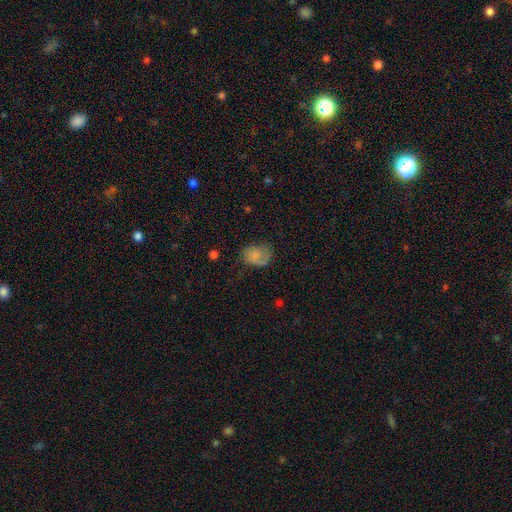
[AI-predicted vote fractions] Smooth or featured: smooth — 63% (featured or disk — 26%)
How rounded: in between — 58% (round — 41%)
Merging: none — 46% (minor disturbance — 29%)